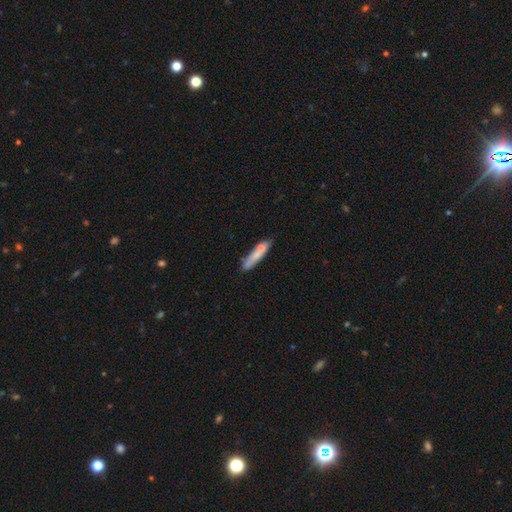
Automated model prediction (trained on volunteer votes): Smooth or featured? smooth (67%)
How rounded? cigar-shaped (81%)
Merging? none (57%)